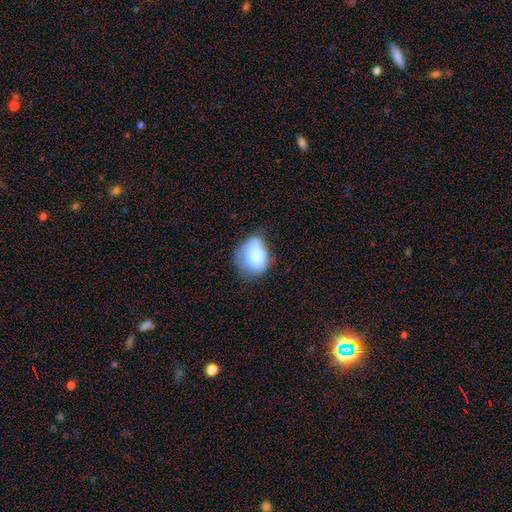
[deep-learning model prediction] smooth 73%, featured or disk 18%, star or artifact 9%. Down the decision tree: how rounded — round (52%); merging — none (38%).